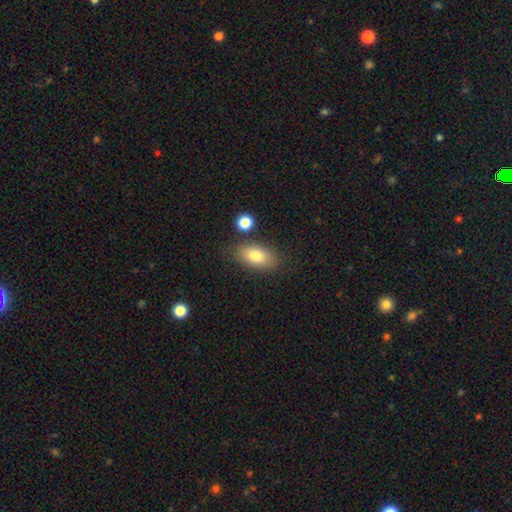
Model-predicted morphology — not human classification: Smooth or featured? Predicted: smooth (p=0.81). How rounded? Predicted: in between (p=0.90). Merging? Predicted: none (p=0.78).